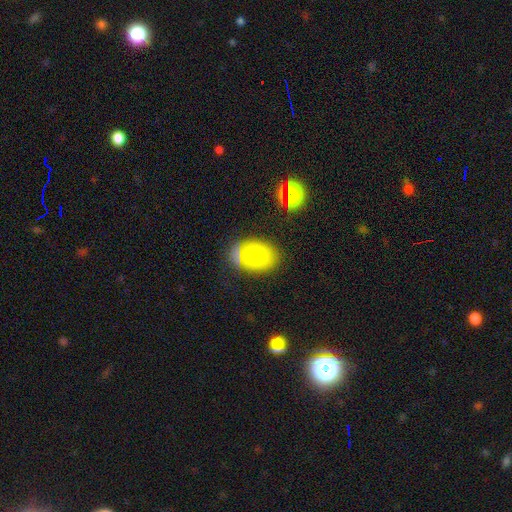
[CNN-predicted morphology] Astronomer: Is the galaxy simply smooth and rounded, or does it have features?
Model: smooth — 75%.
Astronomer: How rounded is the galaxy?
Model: in between — 76%.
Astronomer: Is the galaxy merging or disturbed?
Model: none — 74%.